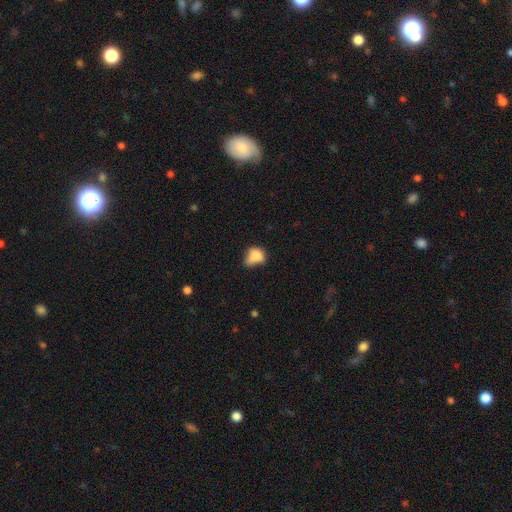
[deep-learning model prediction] Overall: smooth (75%). How rounded: in between (61%; round 38%). Merging: minor disturbance (38%; none 30%).